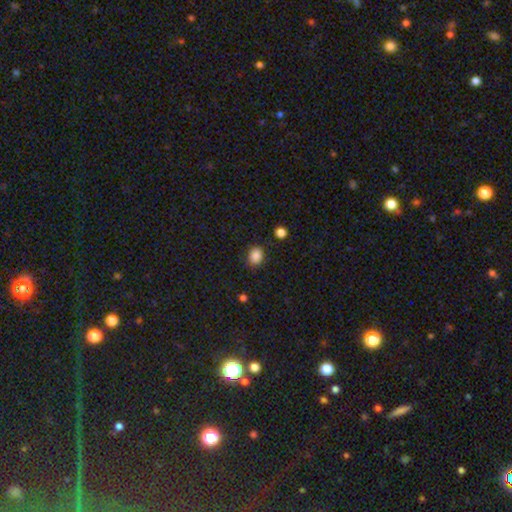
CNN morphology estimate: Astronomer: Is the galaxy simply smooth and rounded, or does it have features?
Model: smooth — 86%.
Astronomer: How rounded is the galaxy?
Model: in between — 52% (runner-up: round, 47%).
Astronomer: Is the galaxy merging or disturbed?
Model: none — 83%.